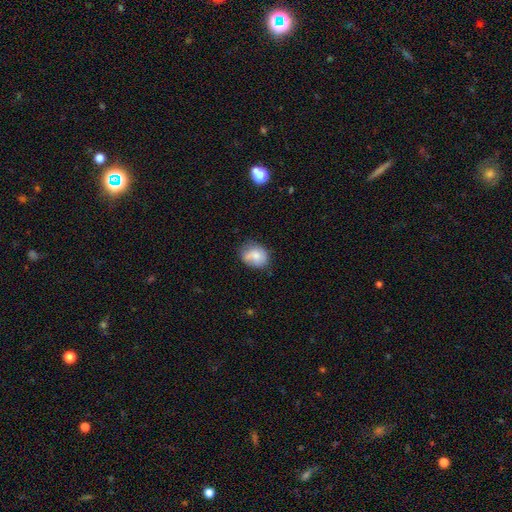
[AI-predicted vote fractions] A smooth galaxy with no disk features (74%) that is round (53%).

Vote fractions:
- Smooth or featured? smooth: 74% / featured or disk: 18% / star or artifact: 8%
- How rounded? round: 53% / in between: 46% / cigar-shaped: 1%
- Merging? none: 58% / minor disturbance: 30% / major disturbance: 8% / merger: 4%